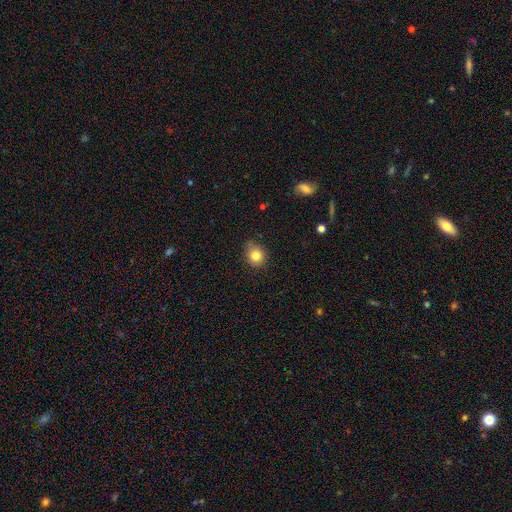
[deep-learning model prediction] Overall: smooth (83%). How rounded: round (78%). Merging: none (77%).